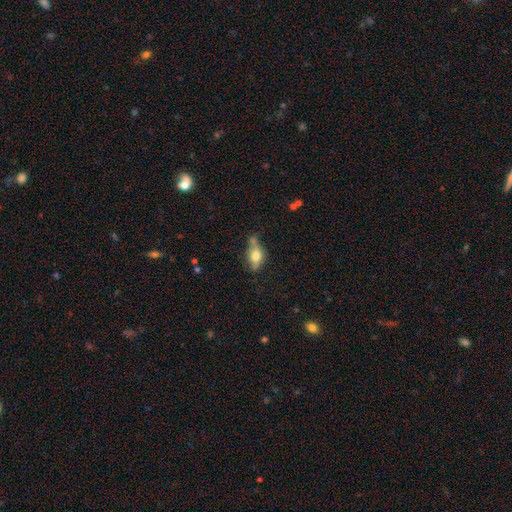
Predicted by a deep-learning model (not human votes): Q: Smooth or featured?
A: smooth (58%); runner-up: featured or disk (33%)
Q: How rounded?
A: in between (76%); runner-up: cigar-shaped (15%)
Q: Merging?
A: none (52%); runner-up: minor disturbance (27%)